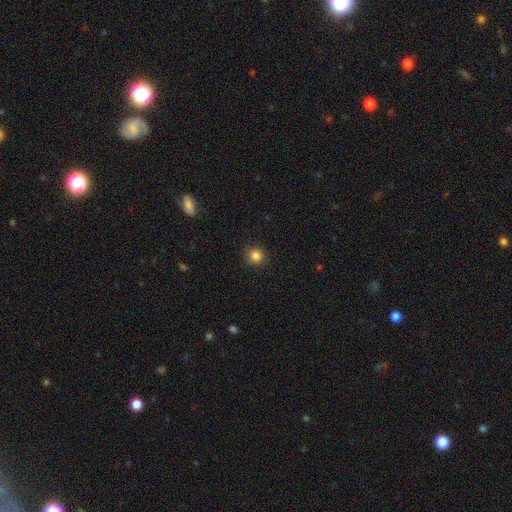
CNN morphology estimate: The model was most divided on "smooth or featured": smooth: 84%, star or artifact: 12%, featured or disk: 4%. More confident: how rounded — round (94%); merging — none (91%).